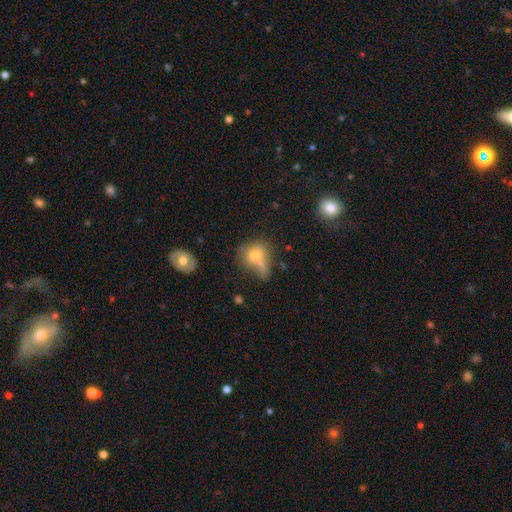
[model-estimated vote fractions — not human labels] Smooth or featured? smooth (69%)
How rounded? round (61%)
Merging? none (37%)